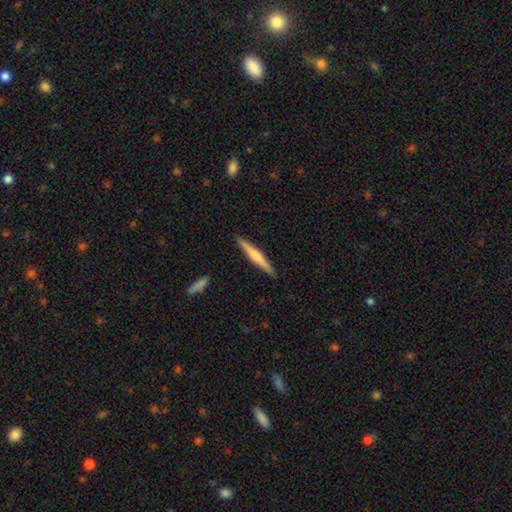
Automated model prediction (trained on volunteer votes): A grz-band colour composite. It shows a smooth galaxy with no disk features (51%) that is cigar-shaped (95%). Merging: none (91%).